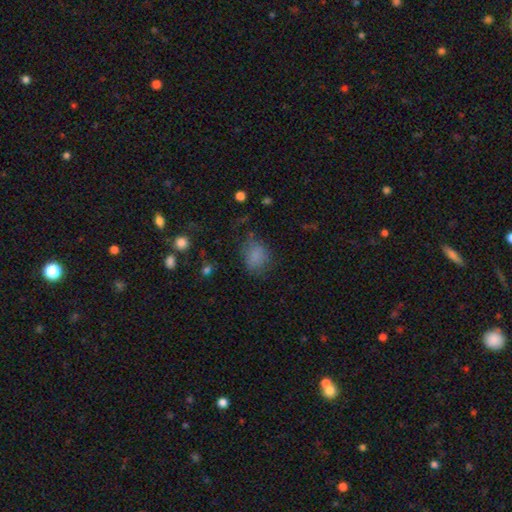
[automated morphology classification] Q: Smooth or featured?
A: smooth (79%); runner-up: star or artifact (12%)
Q: How rounded?
A: in between (55%); runner-up: round (44%)
Q: Merging?
A: none (64%); runner-up: minor disturbance (23%)